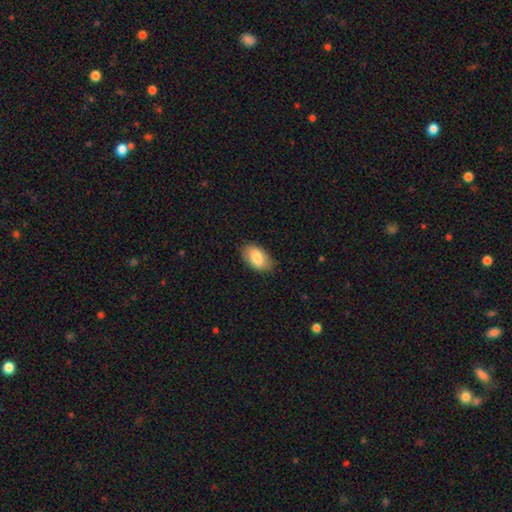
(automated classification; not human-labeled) Smooth or featured? Predicted: smooth (p=0.83). How rounded? Predicted: in between (p=0.93). Merging? Predicted: none (p=0.82).